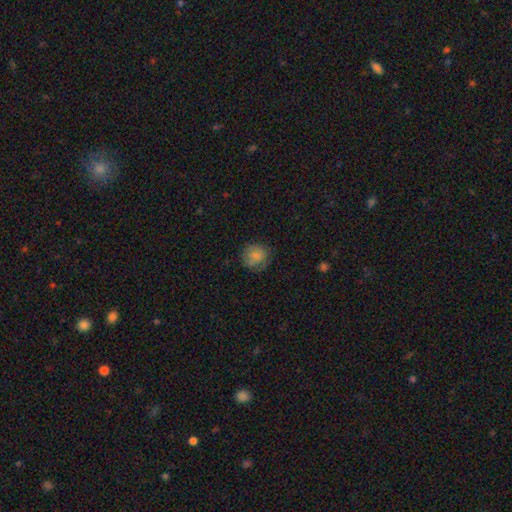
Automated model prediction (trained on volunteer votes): smooth-or-featured: smooth: 81% | featured or disk: 10% | star or artifact: 9%
  how-rounded: round: 86% | in between: 13% | cigar-shaped: 1%
  merging: none: 72% | minor disturbance: 20% | major disturbance: 7% | merger: 1%